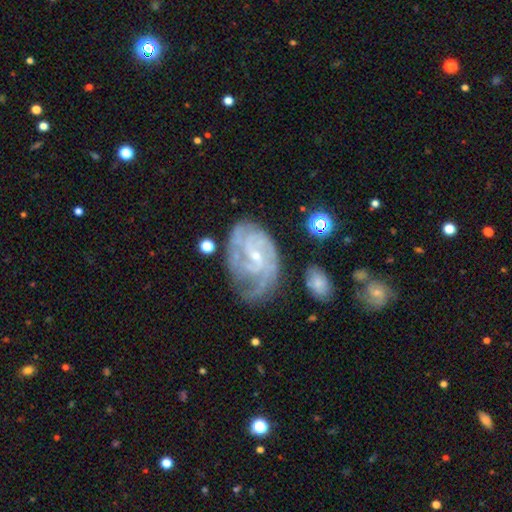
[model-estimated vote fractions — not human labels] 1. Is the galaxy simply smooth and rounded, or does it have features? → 87% featured or disk, 6% smooth, 6% star or artifact.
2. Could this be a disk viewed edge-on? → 97% no, 3% yes.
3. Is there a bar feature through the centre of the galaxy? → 44% no, 43% weak, 13% strong.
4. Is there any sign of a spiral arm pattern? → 96% yes, 4% no.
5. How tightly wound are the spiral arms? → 56% tight, 35% medium, 8% loose.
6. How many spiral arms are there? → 27% 3, 24% can't tell, 19% 2, 16% 4, 6% more than 4, 6% 1.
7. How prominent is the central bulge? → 78% small, 17% moderate, 3% none, 1% large, 1% dominant.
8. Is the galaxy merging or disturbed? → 59% none, 24% minor disturbance, 14% major disturbance, 4% merger.